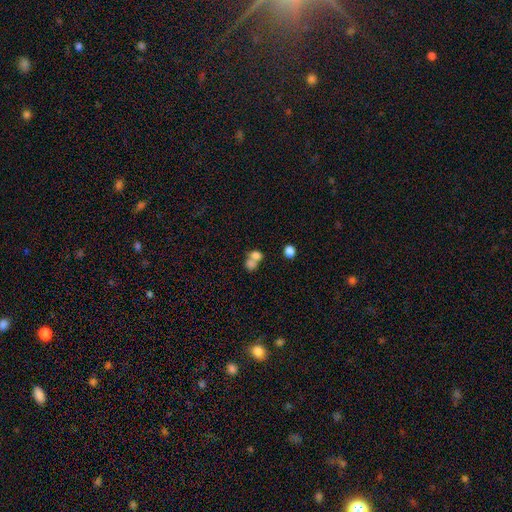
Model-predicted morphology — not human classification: Smooth or featured? smooth (52%)
How rounded? round (61%)
Merging? merger (44%)